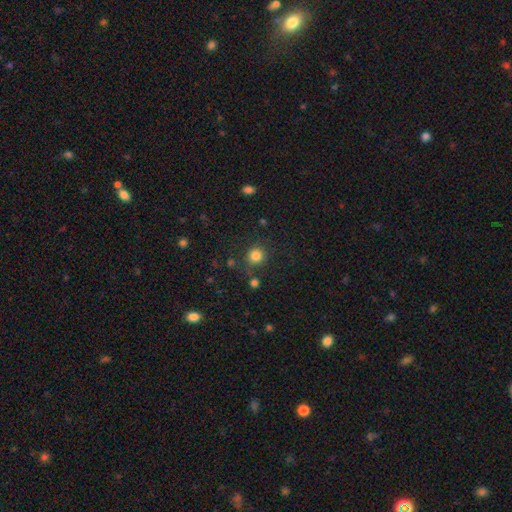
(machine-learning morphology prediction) Smooth or featured? Predicted: smooth (p=0.82). How rounded? Predicted: round (p=0.91). Merging? Predicted: none (p=0.82).